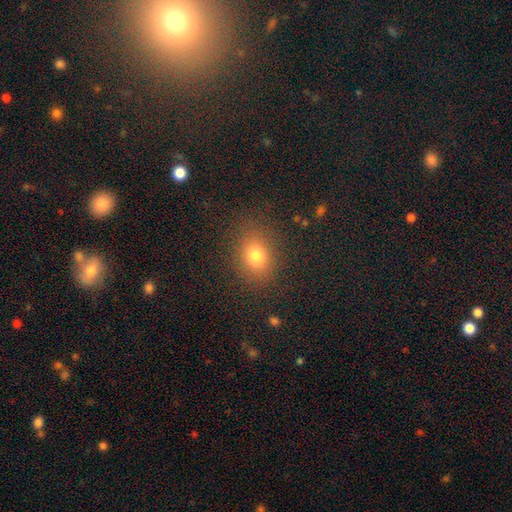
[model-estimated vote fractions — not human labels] A smooth galaxy with no disk features (77%) that is in between round and cigar-shaped (51%). Merging: none (85%).